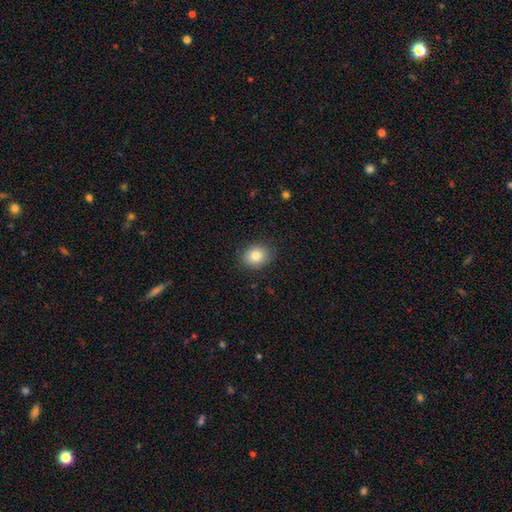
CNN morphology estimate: Overall: smooth (82%). How rounded: round (55%; in between 44%). Merging: none (87%).